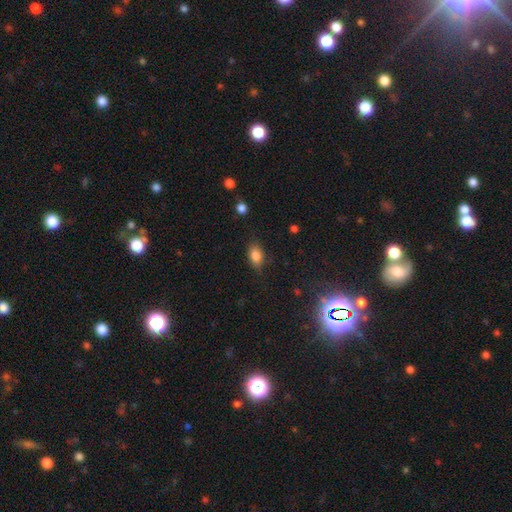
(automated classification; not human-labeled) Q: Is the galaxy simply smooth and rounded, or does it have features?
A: smooth — 83%.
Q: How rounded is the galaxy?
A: in between — 84%.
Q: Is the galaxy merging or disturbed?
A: none — 78%.